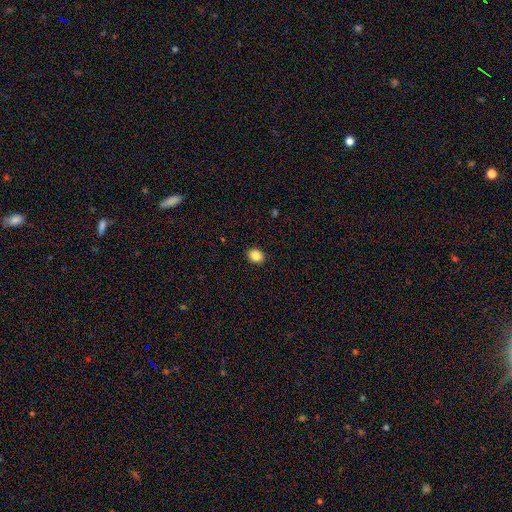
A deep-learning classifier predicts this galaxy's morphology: The model was most divided on "how rounded": in between: 50%, round: 49%, cigar-shaped: 1%. More confident: merging — none (90%); smooth or featured — smooth (86%).